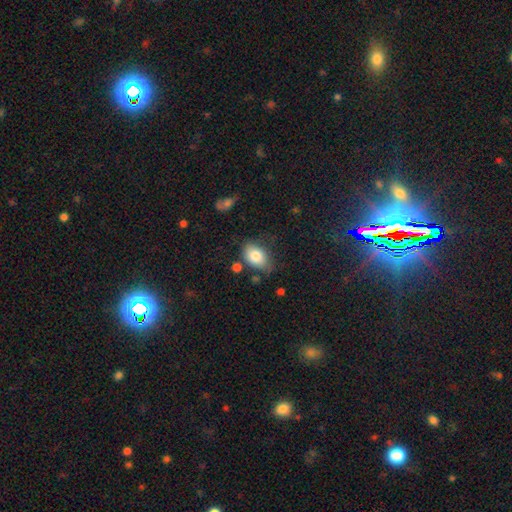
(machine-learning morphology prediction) This is clearly a smooth galaxy (81%). How rounded: clearly in between (82%). Merging: likely none (62%).